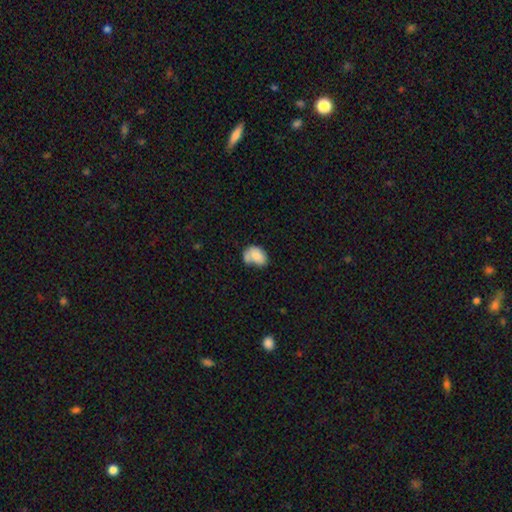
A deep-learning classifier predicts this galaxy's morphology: A smooth galaxy with no disk features (73%) that is in between round and cigar-shaped (75%). Merging: none (33%).